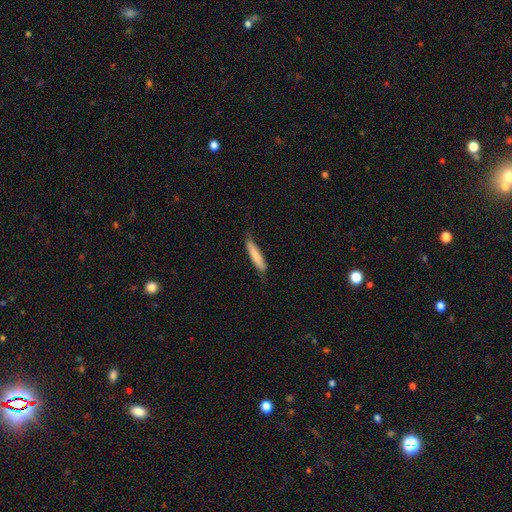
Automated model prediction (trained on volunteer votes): Smooth or featured? Predicted: smooth (p=0.77). How rounded? Predicted: cigar-shaped (p=0.85). Merging? Predicted: none (p=0.70).